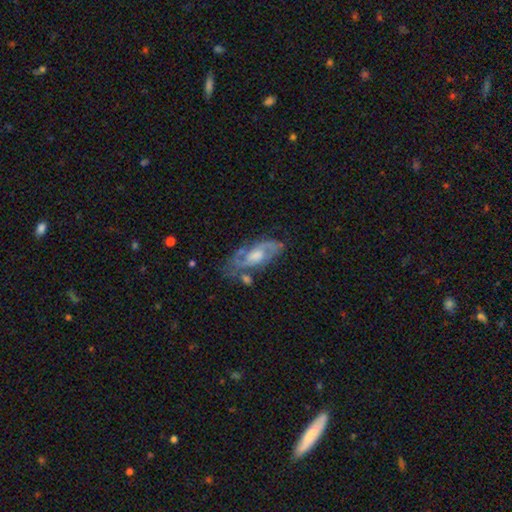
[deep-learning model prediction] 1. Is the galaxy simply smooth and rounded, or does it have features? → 78% featured or disk, 15% smooth, 7% star or artifact.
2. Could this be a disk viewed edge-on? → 89% no, 11% yes.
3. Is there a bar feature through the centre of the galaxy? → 56% no, 37% weak, 8% strong.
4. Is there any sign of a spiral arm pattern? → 87% yes, 13% no.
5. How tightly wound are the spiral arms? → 48% medium, 34% tight, 18% loose.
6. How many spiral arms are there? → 70% 2, 19% can't tell, 5% 3, 4% 1, 2% 4, 2% more than 4.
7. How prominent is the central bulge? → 52% moderate, 20% large, 18% small, 8% none, 2% dominant.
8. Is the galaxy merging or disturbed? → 64% none, 21% minor disturbance, 10% major disturbance, 6% merger.